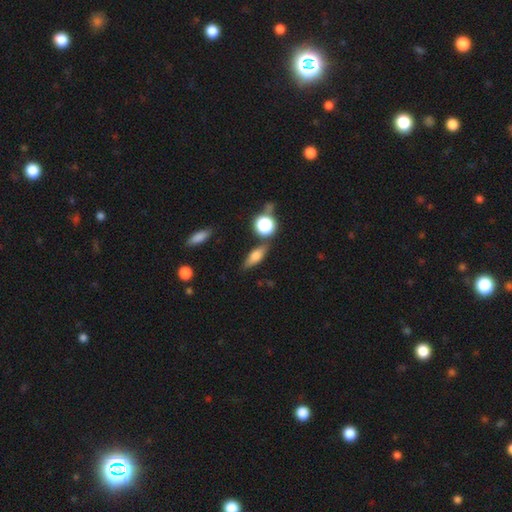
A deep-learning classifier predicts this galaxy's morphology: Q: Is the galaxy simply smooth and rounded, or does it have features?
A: smooth — 62%.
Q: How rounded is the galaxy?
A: in between — 58%.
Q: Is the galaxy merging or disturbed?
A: none — 76%.